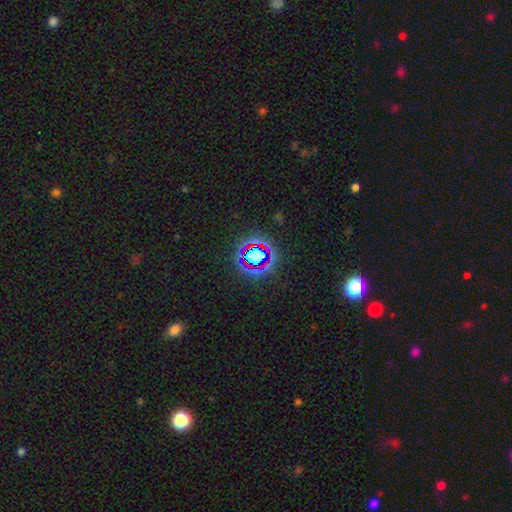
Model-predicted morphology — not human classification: star or artifact 67%, smooth 20%, featured or disk 13%.